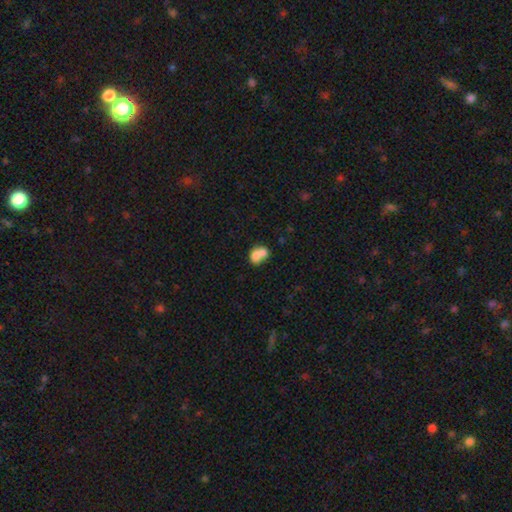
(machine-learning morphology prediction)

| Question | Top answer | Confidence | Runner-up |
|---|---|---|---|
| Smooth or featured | smooth | 72% | featured or disk (20%) |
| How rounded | in between | 53% | round (46%) |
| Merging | merger | 71% | none (19%) |